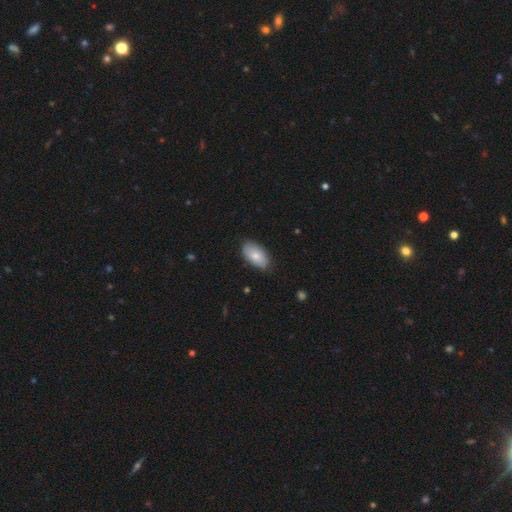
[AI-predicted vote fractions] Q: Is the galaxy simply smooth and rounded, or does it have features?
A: smooth — 79%.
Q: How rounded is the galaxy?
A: in between — 94%.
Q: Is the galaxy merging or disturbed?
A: none — 79%.